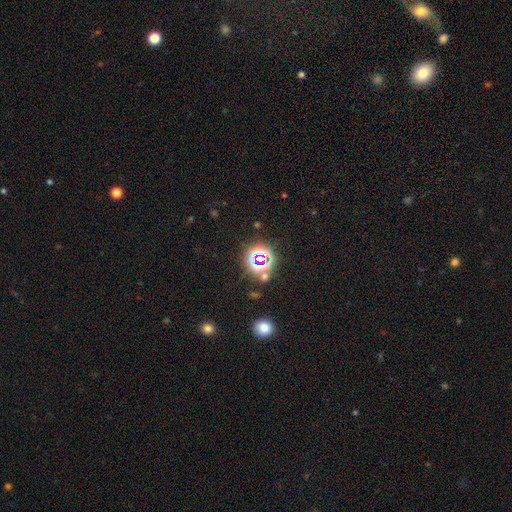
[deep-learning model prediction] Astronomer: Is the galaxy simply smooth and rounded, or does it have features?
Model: star or artifact — 72%.